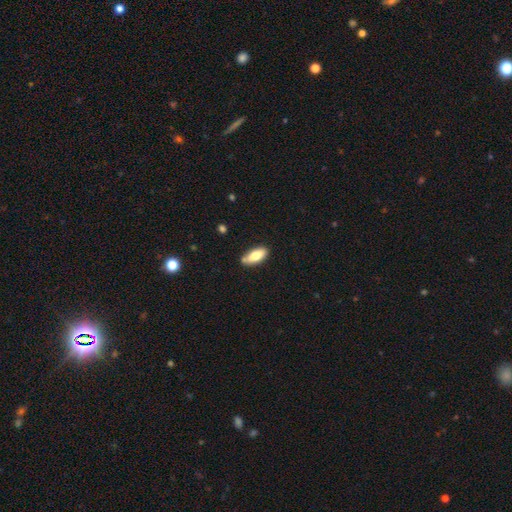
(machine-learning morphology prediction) A smooth galaxy with no disk features (76%) that is in between round and cigar-shaped (84%).

Vote fractions:
- Smooth or featured? smooth: 76% / featured or disk: 18% / star or artifact: 7%
- How rounded? in between: 84% / cigar-shaped: 14% / round: 2%
- Merging? none: 75% / minor disturbance: 16% / merger: 6% / major disturbance: 3%